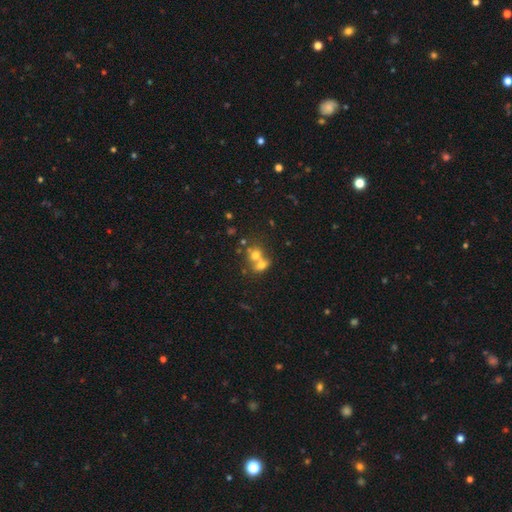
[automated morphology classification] smooth-or-featured: smooth: 64% | featured or disk: 22% | star or artifact: 14%
  how-rounded: round: 63% | in between: 36% | cigar-shaped: 1%
  merging: merger: 66% | none: 25% | minor disturbance: 6% | major disturbance: 3%